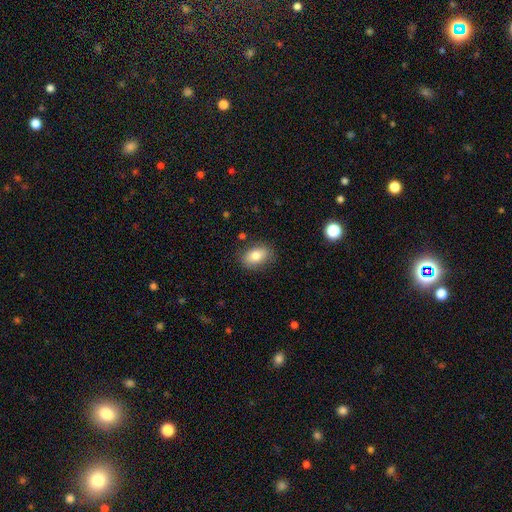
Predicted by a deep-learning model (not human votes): smooth-or-featured: smooth: 79% | featured or disk: 13% | star or artifact: 8%
  how-rounded: in between: 82% | round: 17% | cigar-shaped: 2%
  merging: none: 83% | minor disturbance: 12% | major disturbance: 3% | merger: 2%